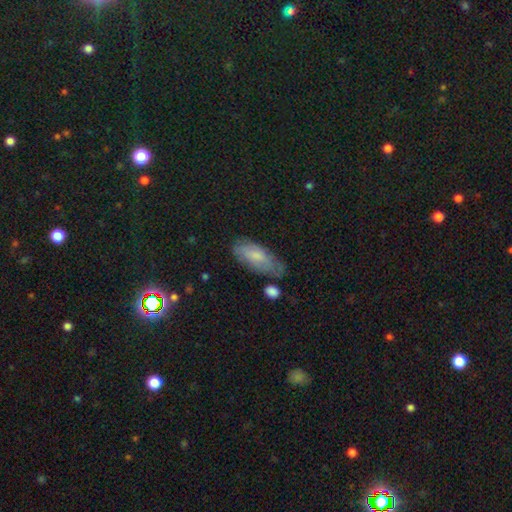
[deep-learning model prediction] A smooth galaxy with no disk features (69%) that is in between round and cigar-shaped (83%).

Vote fractions:
- Smooth or featured? smooth: 69% / featured or disk: 23% / star or artifact: 8%
- How rounded? in between: 83% / cigar-shaped: 15% / round: 2%
- Merging? none: 58% / minor disturbance: 29% / major disturbance: 9% / merger: 4%